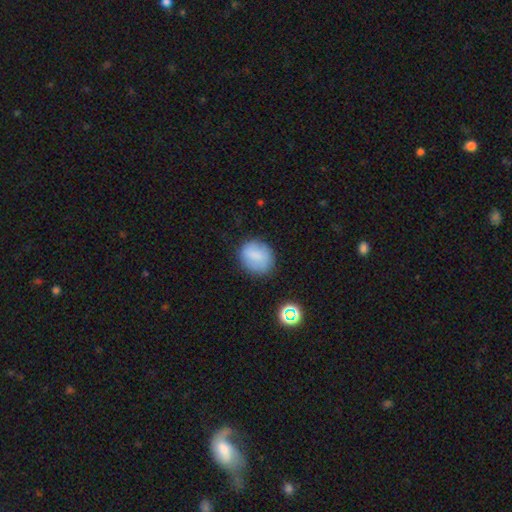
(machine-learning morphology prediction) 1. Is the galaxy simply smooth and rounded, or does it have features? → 78% smooth, 12% featured or disk, 10% star or artifact.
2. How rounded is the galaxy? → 59% round, 40% in between, 1% cigar-shaped.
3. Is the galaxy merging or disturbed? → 76% none, 17% minor disturbance, 5% major disturbance, 2% merger.